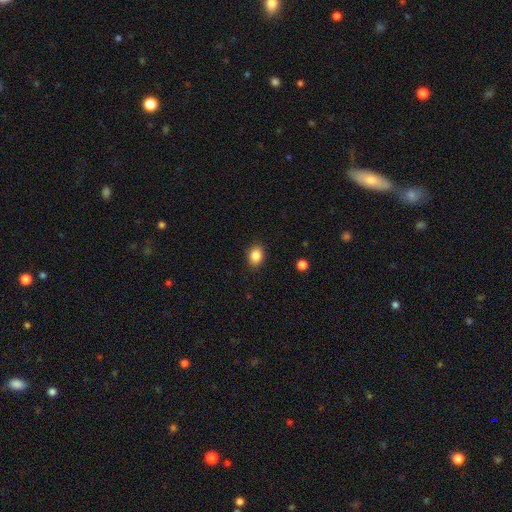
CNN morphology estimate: This is clearly a smooth galaxy (86%). How rounded: likely in between (63%). Merging: clearly none (88%).